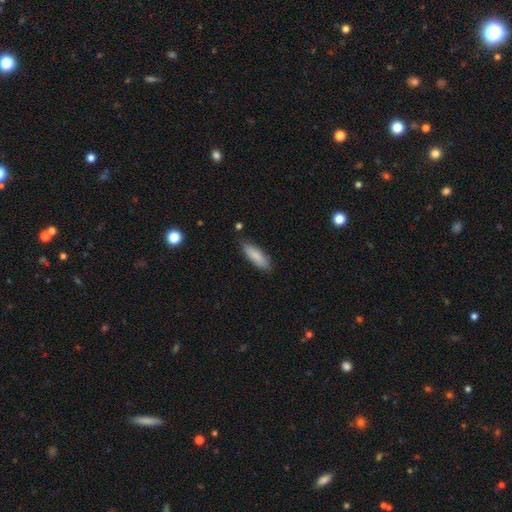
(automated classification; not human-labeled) The model was most divided on "how rounded": cigar-shaped: 50%, in between: 49%, round: 2%. More confident: smooth or featured — smooth (85%); merging — none (83%).